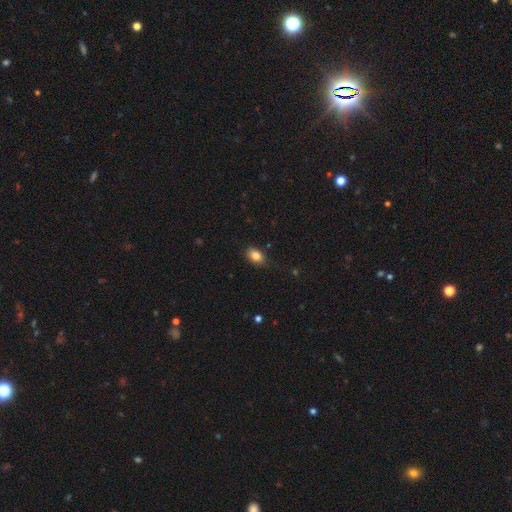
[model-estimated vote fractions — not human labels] Smooth or featured?
  - smooth: 84% *
  - star or artifact: 9%
  - featured or disk: 7%
How rounded?
  - in between: 84% *
  - round: 15%
  - cigar-shaped: 2%
Merging?
  - none: 82% *
  - minor disturbance: 14%
  - major disturbance: 3%
  - merger: 1%